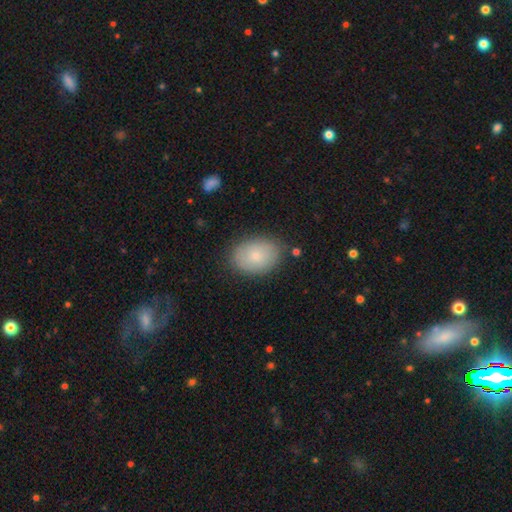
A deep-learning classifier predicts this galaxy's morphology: type=smooth (78%); roundness=in between (82%); merging=none (82%).